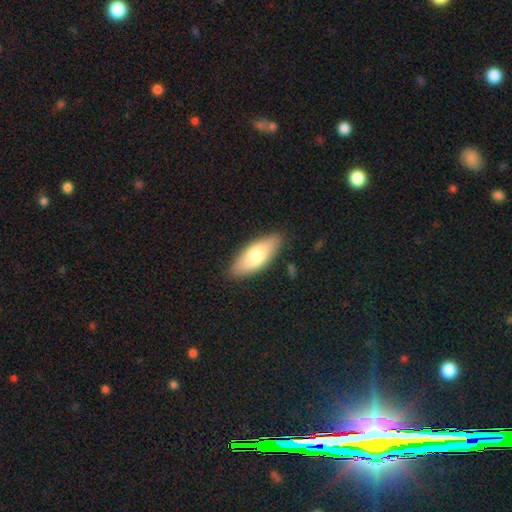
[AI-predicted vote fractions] Smooth or featured?
  - smooth: 74% *
  - featured or disk: 21%
  - star or artifact: 5%
How rounded?
  - in between: 80% *
  - cigar-shaped: 18%
  - round: 2%
Merging?
  - none: 87% *
  - minor disturbance: 10%
  - major disturbance: 2%
  - merger: 1%